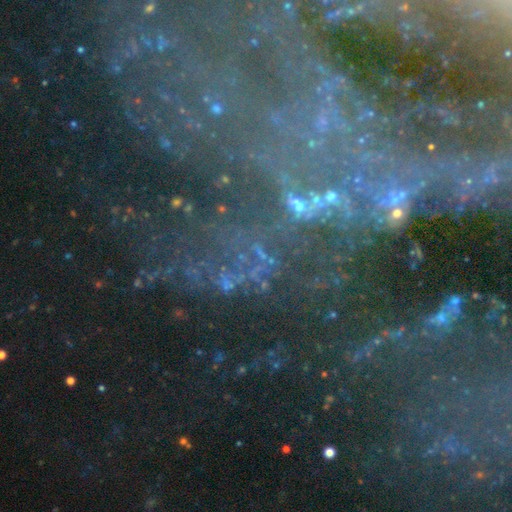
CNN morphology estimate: type=star or artifact (58%).